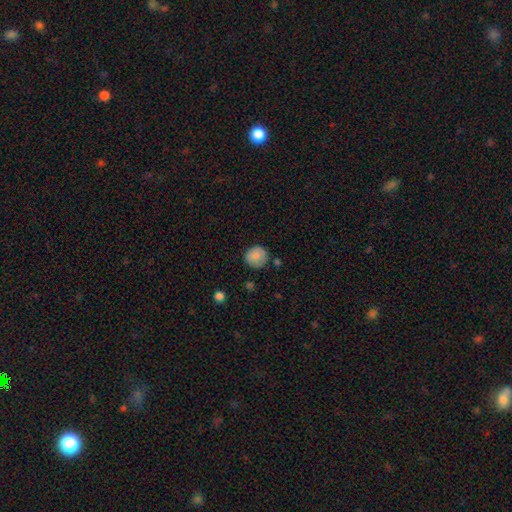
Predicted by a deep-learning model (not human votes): Smooth or featured? smooth (83%)
How rounded? round (89%)
Merging? none (79%)